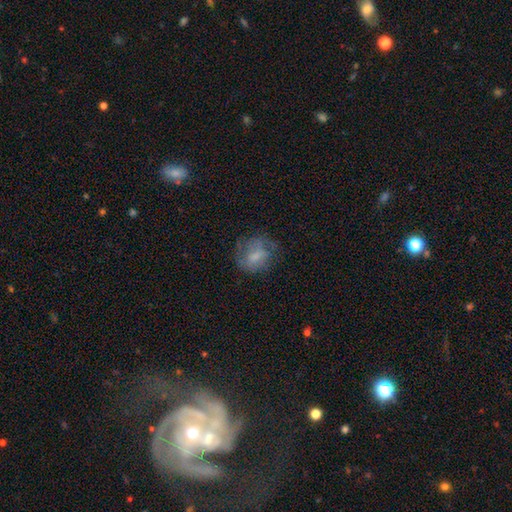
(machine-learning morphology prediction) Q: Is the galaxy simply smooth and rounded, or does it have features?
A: smooth — 51%.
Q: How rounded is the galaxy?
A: round — 57%.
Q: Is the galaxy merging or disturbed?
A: none — 56%.